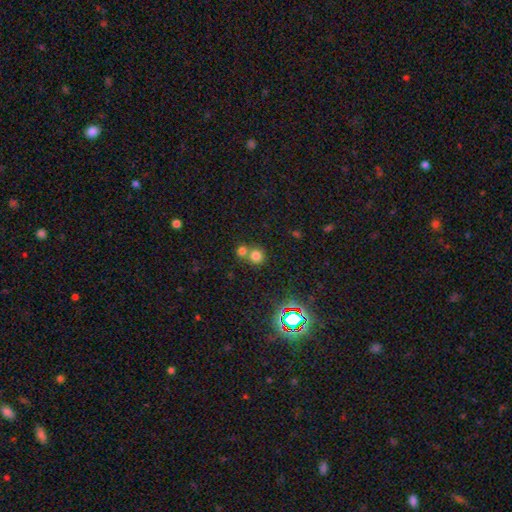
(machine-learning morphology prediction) Smooth or featured? Predicted: smooth (p=0.74). How rounded? Predicted: round (p=0.89). Merging? Predicted: none (p=0.49).